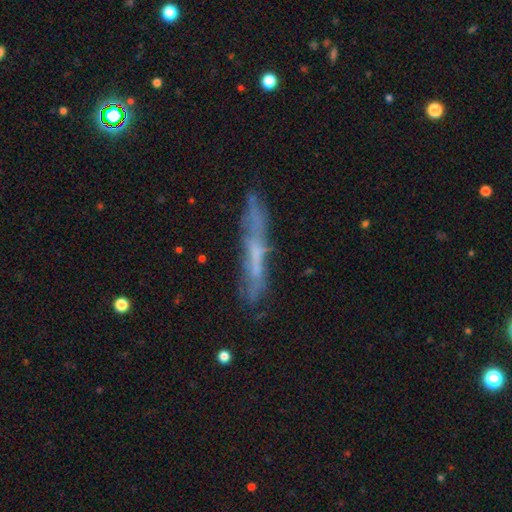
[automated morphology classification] featured or disk 54%, smooth 36%, star or artifact 9%. Down the decision tree: edge-on disk — yes (71%); merging — none (67%).